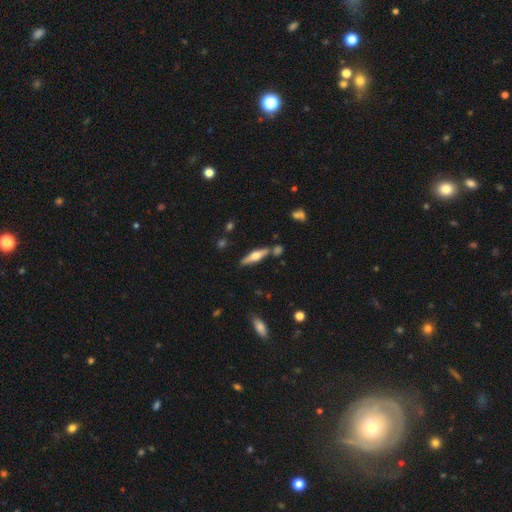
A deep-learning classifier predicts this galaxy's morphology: Smooth or featured? Predicted: featured or disk (p=0.59). Edge-on disk? Predicted: yes (p=0.94). Edge-on bulge? Predicted: rounded (p=0.93). Merging? Predicted: none (p=0.77).